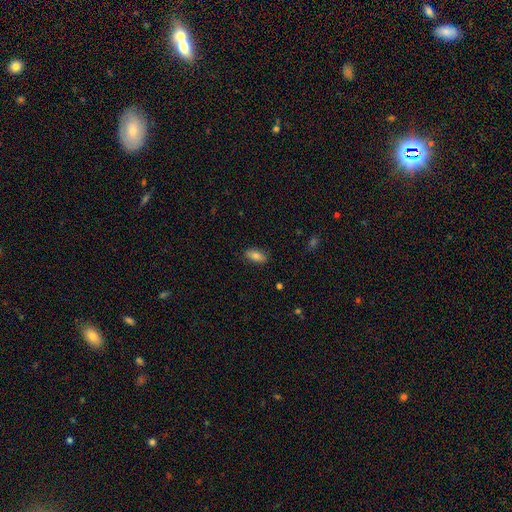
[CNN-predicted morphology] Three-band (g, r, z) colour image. It shows a smooth galaxy with no disk features (81%) that is in between round and cigar-shaped (89%). Merging: none (86%).